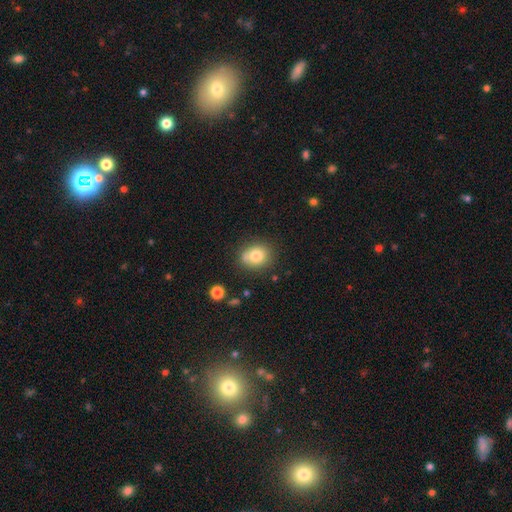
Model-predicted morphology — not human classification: Q: Smooth or featured?
A: smooth (78%); runner-up: featured or disk (12%)
Q: How rounded?
A: round (64%); runner-up: in between (35%)
Q: Merging?
A: none (69%); runner-up: minor disturbance (18%)